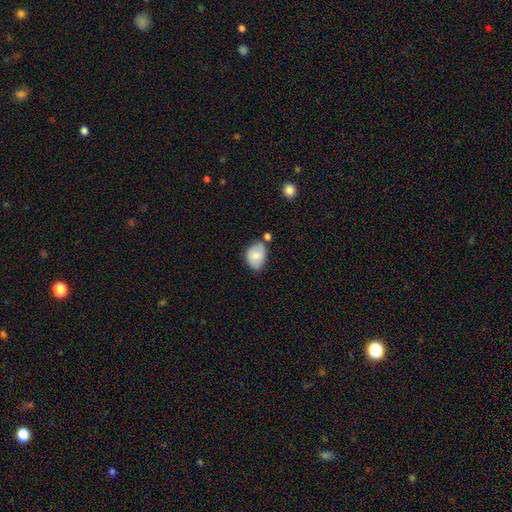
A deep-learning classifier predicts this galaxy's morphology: smooth_or_featured: smooth (p=0.74) [alt: featured or disk p=0.19]
how_rounded: in between (p=0.77) [alt: round p=0.22]
merging: none (p=0.50) [alt: minor disturbance p=0.30]